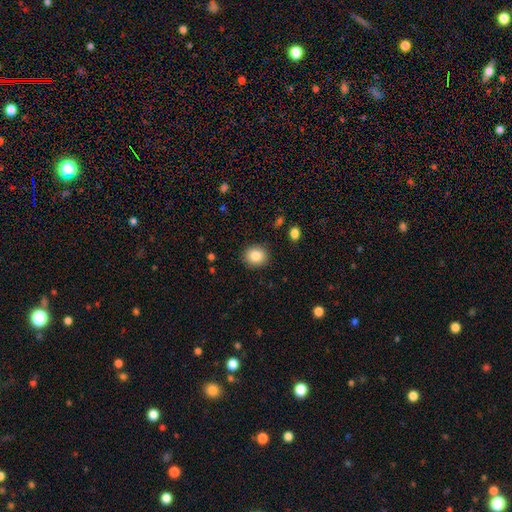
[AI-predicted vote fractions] Overall: smooth (85%). How rounded: round (73%). Merging: none (89%).